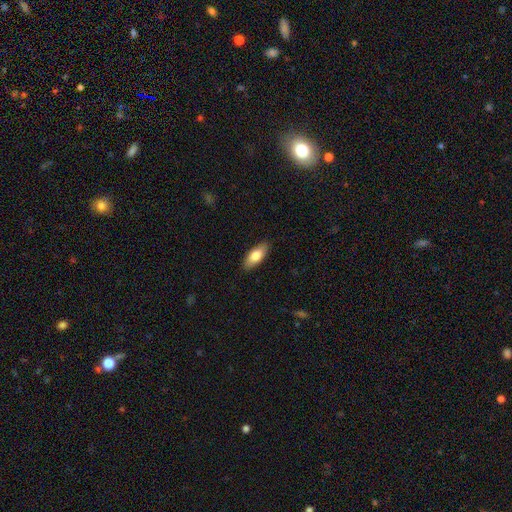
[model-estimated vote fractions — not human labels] Smooth or featured? Predicted: smooth (p=0.78). How rounded? Predicted: in between (p=0.80). Merging? Predicted: none (p=0.87).